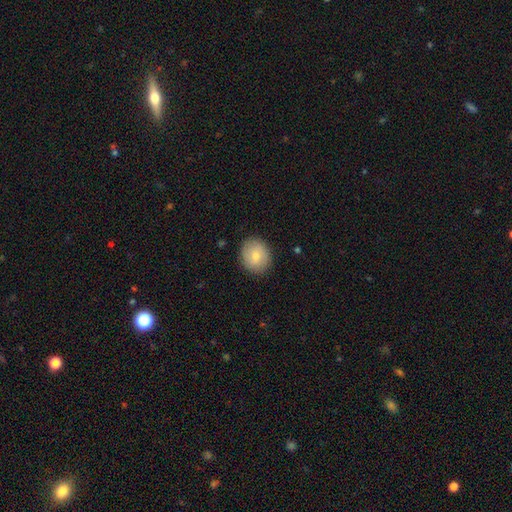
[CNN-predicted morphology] Smooth or featured? Predicted: smooth (p=0.75). How rounded? Predicted: round (p=0.75). Merging? Predicted: none (p=0.87).